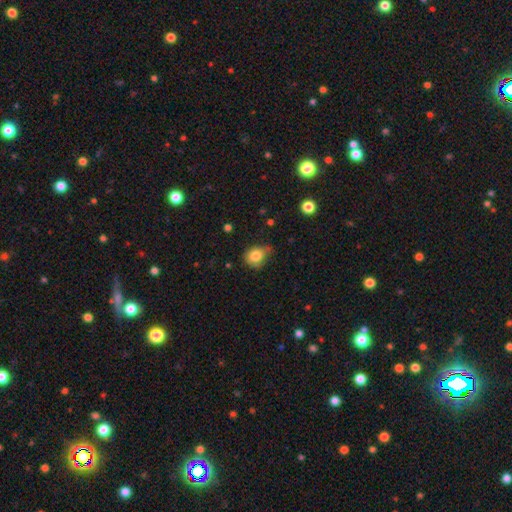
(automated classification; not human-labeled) Smooth or featured?
  - smooth: 80% *
  - star or artifact: 10%
  - featured or disk: 10%
How rounded?
  - round: 65% *
  - in between: 34%
  - cigar-shaped: 1%
Merging?
  - none: 46% *
  - minor disturbance: 39%
  - major disturbance: 11%
  - merger: 4%